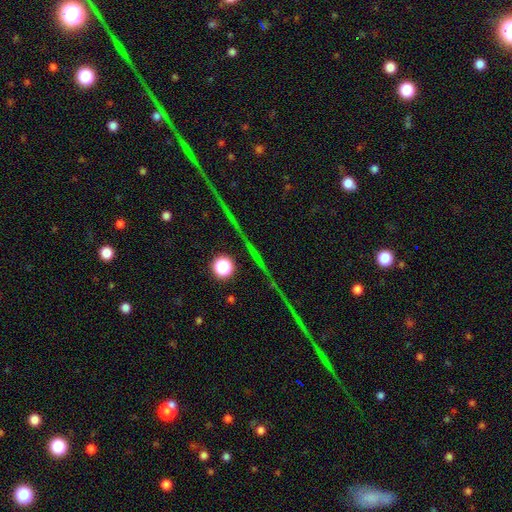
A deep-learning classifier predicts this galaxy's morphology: Overall: star or artifact (68%).